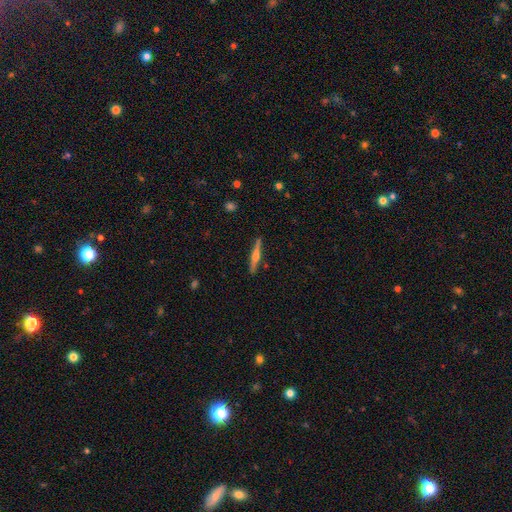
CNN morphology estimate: This appears to be a featured or disk galaxy (65%) viewed edge-on (98%) with a rounded central bulge (85%). Merging: none (89%).